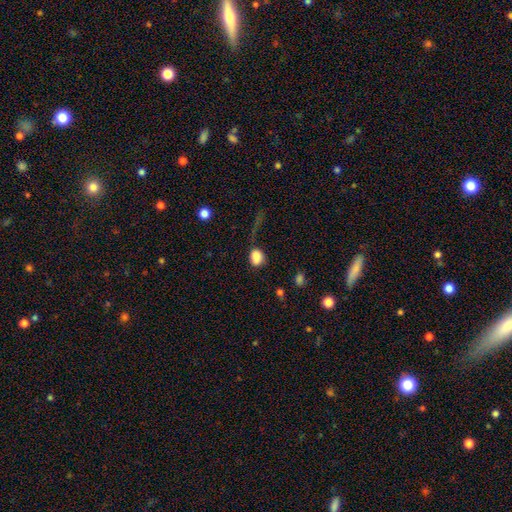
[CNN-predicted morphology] Smooth or featured: smooth — 85% (star or artifact — 10%)
How rounded: in between — 57% (round — 42%)
Merging: none — 55% (minor disturbance — 23%)